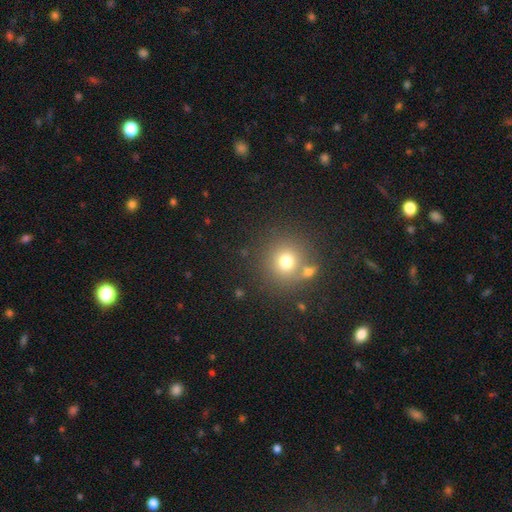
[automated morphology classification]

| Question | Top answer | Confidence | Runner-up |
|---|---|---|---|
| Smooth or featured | smooth | 61% | star or artifact (30%) |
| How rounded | round | 93% | in between (5%) |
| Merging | none | 80% | merger (10%) |